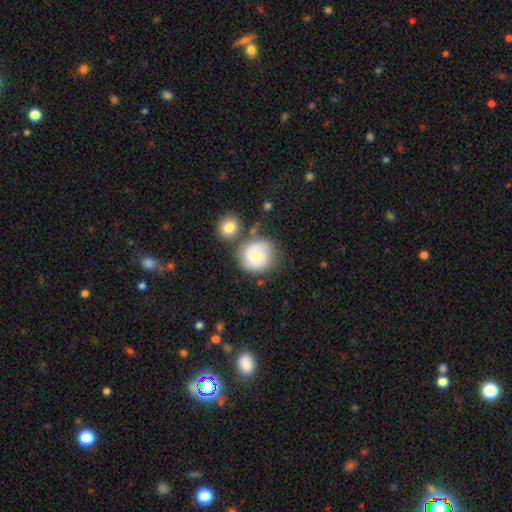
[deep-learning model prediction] smooth 62%, featured or disk 31%, star or artifact 8%. Down the decision tree: how rounded — round (86%); merging — none (56%).